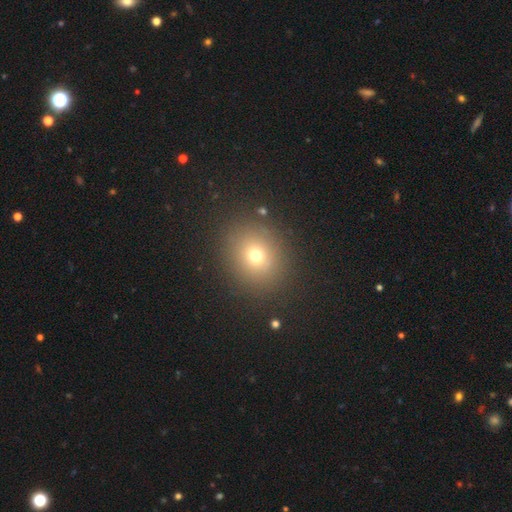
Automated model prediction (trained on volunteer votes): This is likely a smooth galaxy (70%). How rounded: likely round (78%). Merging: clearly none (86%).